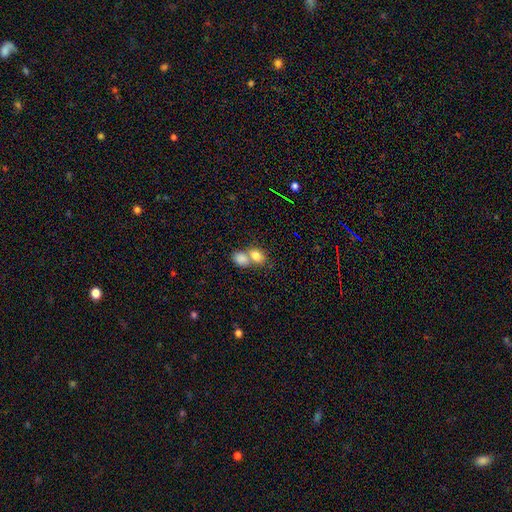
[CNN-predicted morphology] Overall: smooth (81%). How rounded: in between (62%; round 37%). Merging: merger (60%; none 29%).